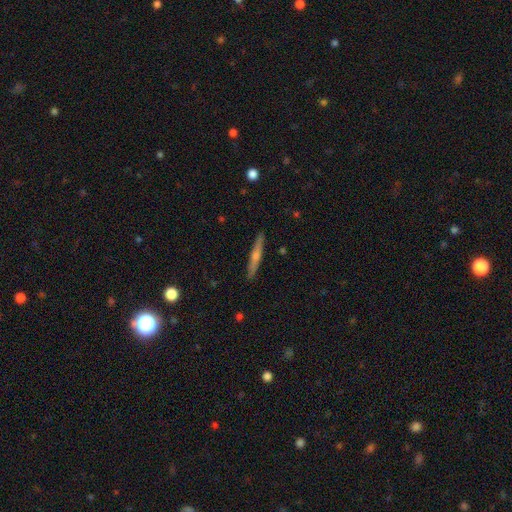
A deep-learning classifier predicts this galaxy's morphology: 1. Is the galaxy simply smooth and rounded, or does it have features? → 63% featured or disk, 29% smooth, 8% star or artifact.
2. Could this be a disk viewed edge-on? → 96% yes, 4% no.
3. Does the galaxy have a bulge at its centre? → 77% rounded, 17% none, 6% boxy.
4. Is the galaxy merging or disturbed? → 91% none, 7% minor disturbance, 1% major disturbance, 1% merger.